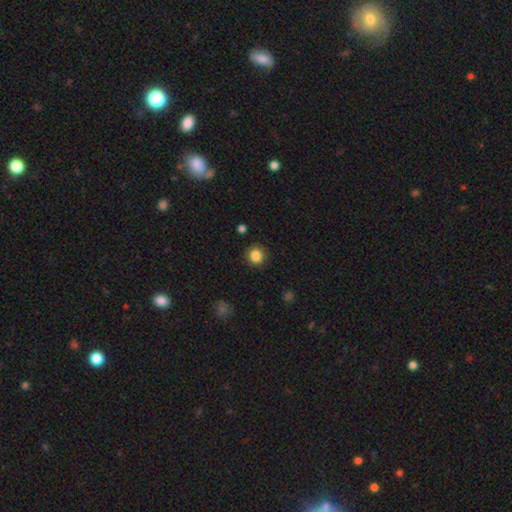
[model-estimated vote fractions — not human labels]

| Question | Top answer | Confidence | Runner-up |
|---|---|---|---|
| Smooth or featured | smooth | 85% | star or artifact (10%) |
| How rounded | round | 88% | in between (11%) |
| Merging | none | 89% | minor disturbance (7%) |